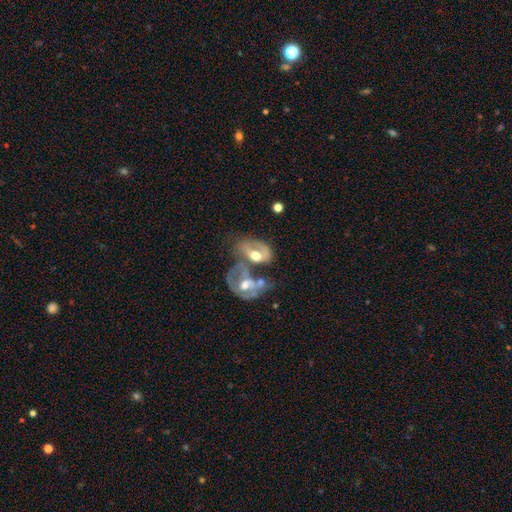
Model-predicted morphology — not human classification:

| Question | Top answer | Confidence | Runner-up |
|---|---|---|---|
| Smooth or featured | featured or disk | 64% | smooth (29%) |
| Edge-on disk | no | 95% | yes (5%) |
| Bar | no | 57% | weak (30%) |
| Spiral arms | yes | 56% | no (44%) |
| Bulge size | moderate | 67% | large (20%) |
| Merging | merger | 64% | major disturbance (14%) |